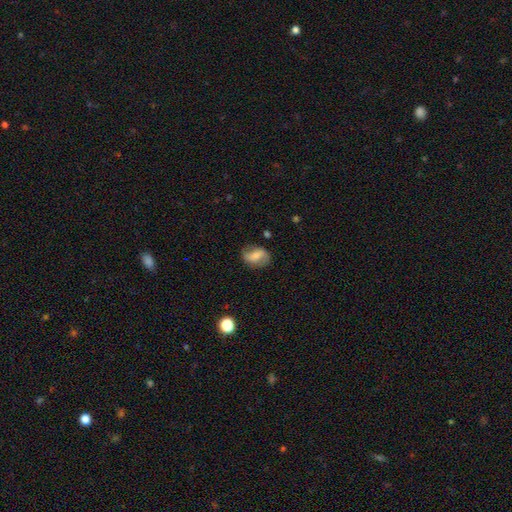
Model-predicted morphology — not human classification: Smooth or featured: smooth — 53% (featured or disk — 39%)
How rounded: in between — 74% (round — 24%)
Merging: none — 74% (minor disturbance — 19%)